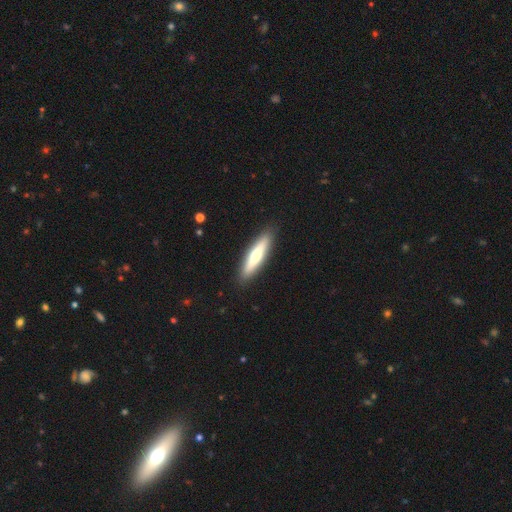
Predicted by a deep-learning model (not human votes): This appears to be a smooth galaxy with no disk features (55%) that is cigar-shaped (80%). Merging: none (90%).